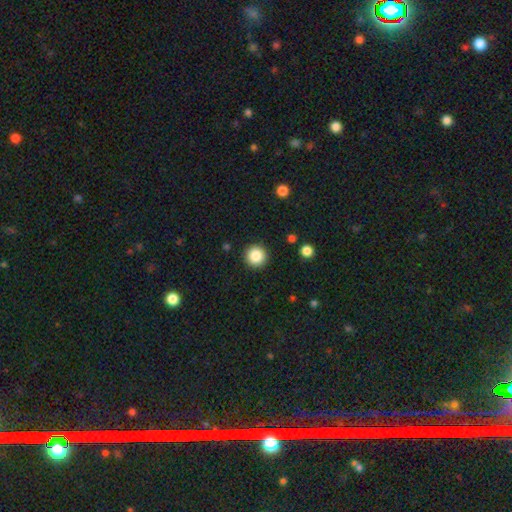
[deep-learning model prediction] Smooth or featured: smooth — 86% (star or artifact — 10%)
How rounded: round — 96% (in between — 3%)
Merging: none — 92% (minor disturbance — 5%)